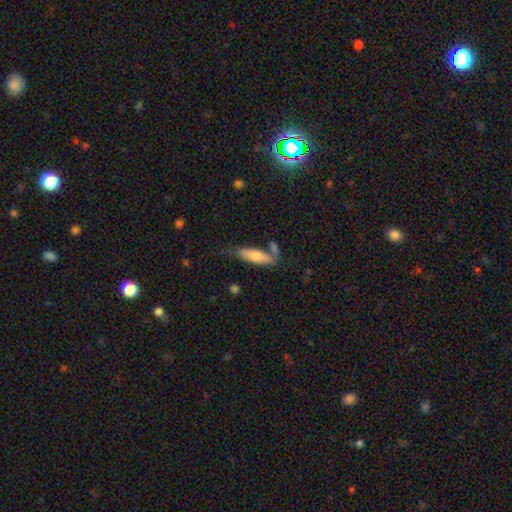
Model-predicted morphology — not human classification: Smooth or featured? smooth (66%)
How rounded? cigar-shaped (56%)
Merging? none (56%)